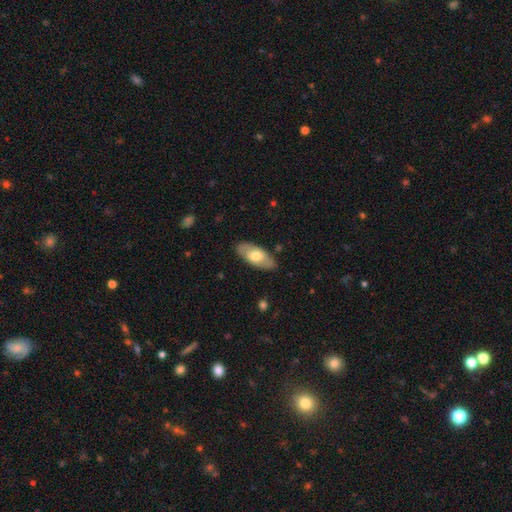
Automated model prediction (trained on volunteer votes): Smooth or featured? Predicted: smooth (p=0.57). How rounded? Predicted: in between (p=0.89). Merging? Predicted: none (p=0.83).